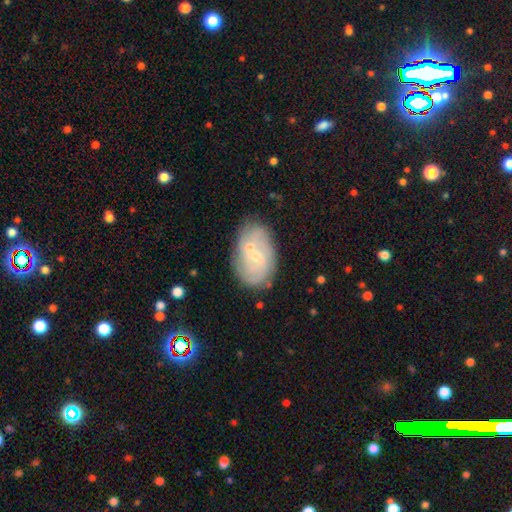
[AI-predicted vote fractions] Morphology: type=featured or disk (67%); edge-on=no (95%); bar=weak (46%); spiral arms=yes (75%); bulge=small (66%); merging=none (64%).